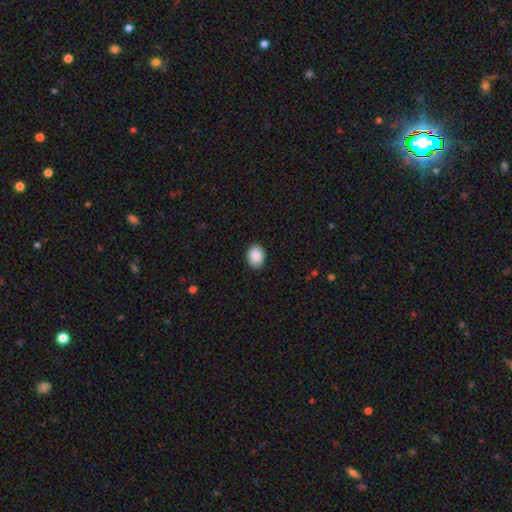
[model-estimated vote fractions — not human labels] Smooth or featured? Predicted: smooth (p=0.90). How rounded? Predicted: in between (p=0.68). Merging? Predicted: none (p=0.89).